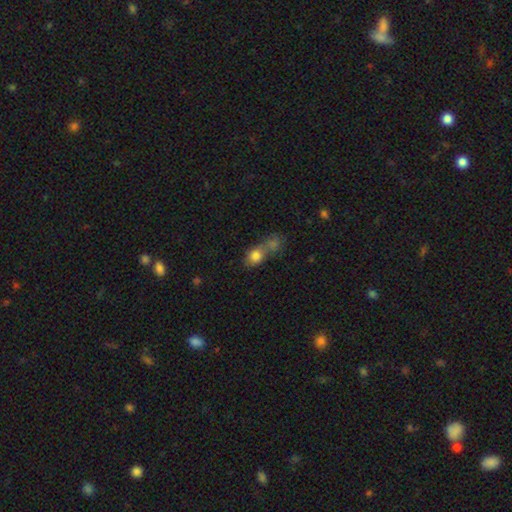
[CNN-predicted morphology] type=smooth (79%); roundness=round (51%); merging=merger (62%).